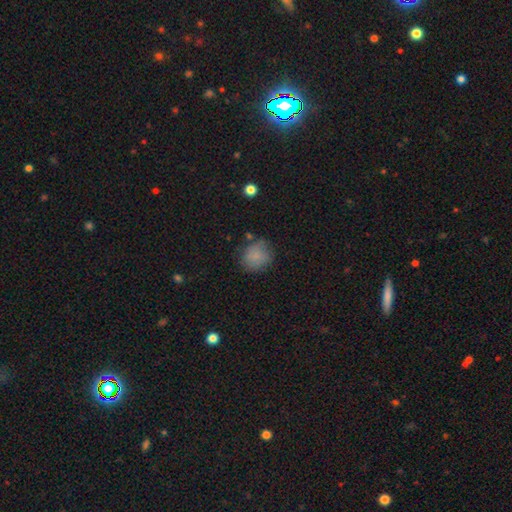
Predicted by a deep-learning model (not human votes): smooth_or_featured: smooth (p=0.82) [alt: star or artifact p=0.09]
how_rounded: round (p=0.77) [alt: in between p=0.22]
merging: none (p=0.71) [alt: minor disturbance p=0.20]